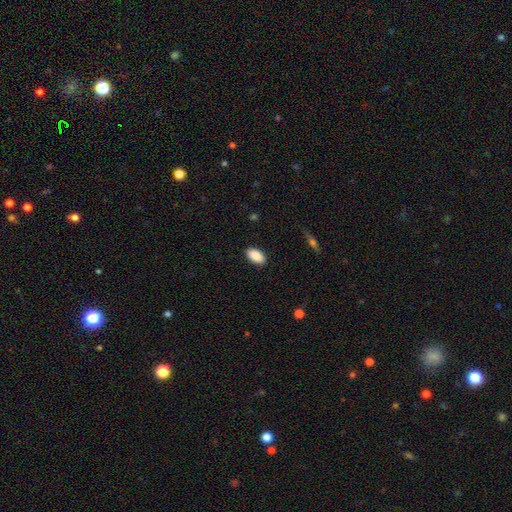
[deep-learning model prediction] A smooth galaxy with no disk features (89%) that is in between round and cigar-shaped (94%). Merging: none (89%).